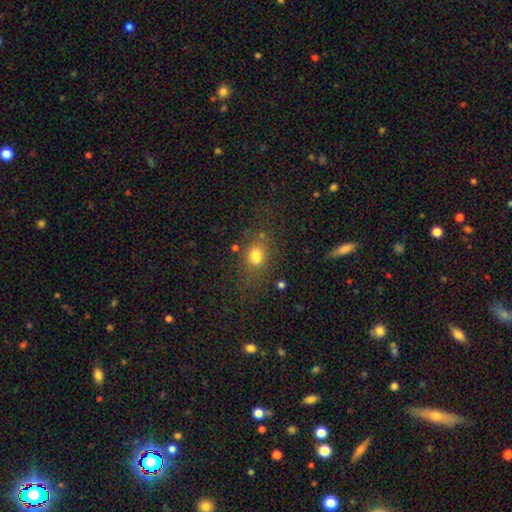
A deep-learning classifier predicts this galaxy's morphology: This appears to be a smooth galaxy with no disk features (71%) that is in between round and cigar-shaped (51%). Merging: none (58%).